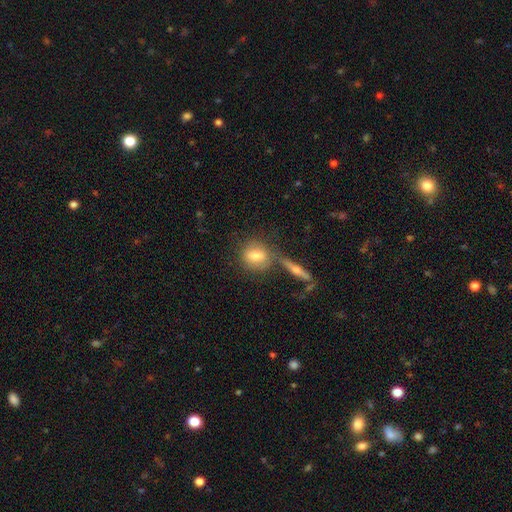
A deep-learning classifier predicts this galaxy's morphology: type=smooth (67%); roundness=round (56%); merging=none (60%).